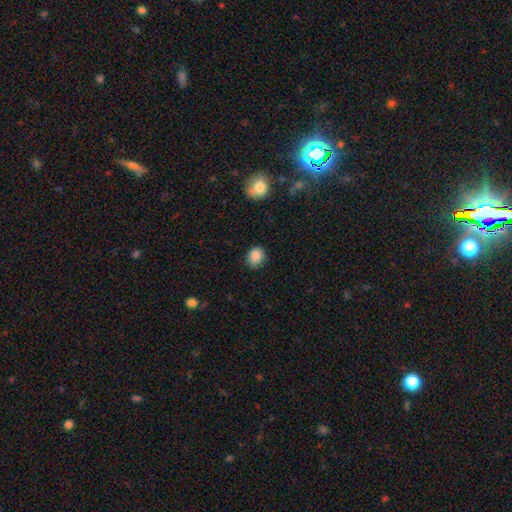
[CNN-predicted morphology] A smooth galaxy with no disk features (87%) that is in between round and cigar-shaped (50%).

Vote fractions:
- Smooth or featured? smooth: 87% / star or artifact: 9% / featured or disk: 4%
- How rounded? in between: 50% / round: 49% / cigar-shaped: 1%
- Merging? none: 78% / minor disturbance: 17% / major disturbance: 3% / merger: 1%